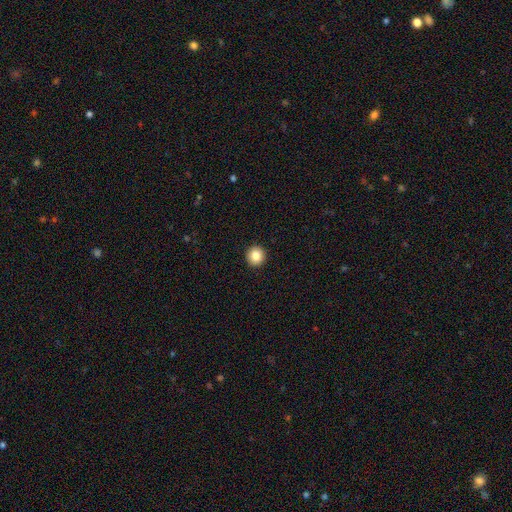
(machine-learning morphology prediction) Q: Smooth or featured?
A: smooth (84%); runner-up: star or artifact (10%)
Q: How rounded?
A: round (95%); runner-up: in between (4%)
Q: Merging?
A: none (94%); runner-up: minor disturbance (4%)